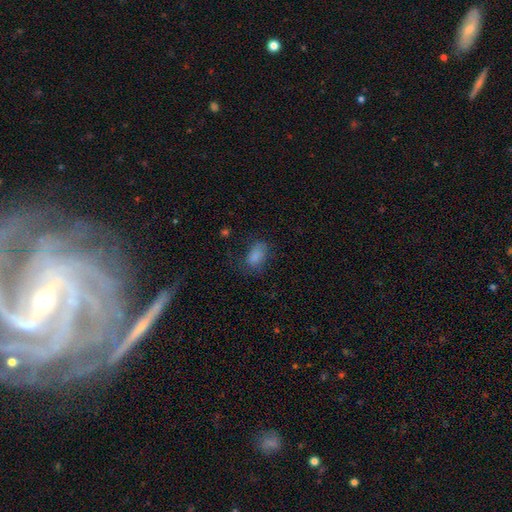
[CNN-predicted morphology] Smooth or featured? smooth (80%)
How rounded? in between (88%)
Merging? none (54%)